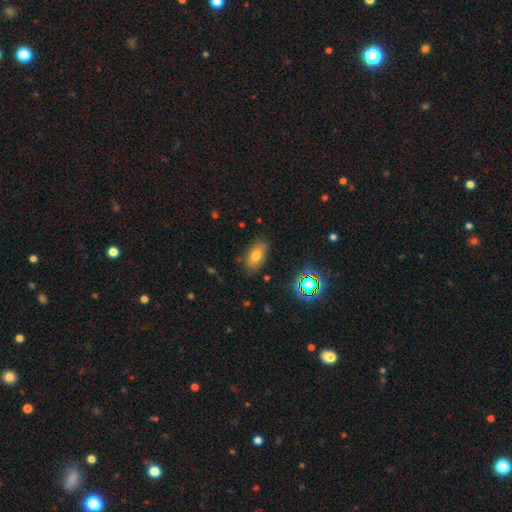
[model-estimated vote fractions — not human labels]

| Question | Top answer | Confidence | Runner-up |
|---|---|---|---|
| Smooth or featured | smooth | 71% | featured or disk (15%) |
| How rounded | in between | 87% | round (7%) |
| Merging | none | 81% | minor disturbance (14%) |